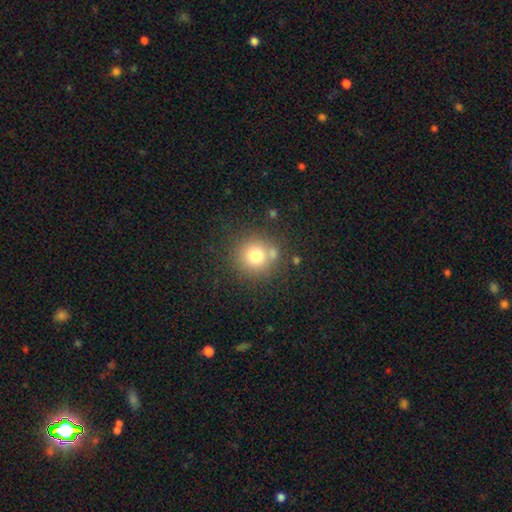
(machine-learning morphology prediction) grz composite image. It shows a smooth galaxy with no disk features (75%) that is round (92%). Merging: none (74%).